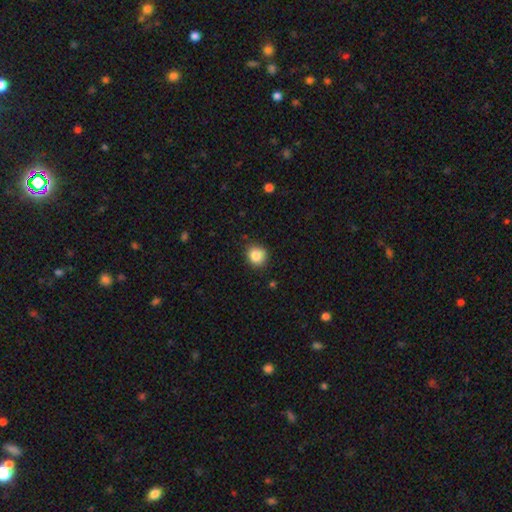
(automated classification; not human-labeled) Q: Smooth or featured?
A: smooth (86%); runner-up: star or artifact (10%)
Q: How rounded?
A: round (84%); runner-up: in between (15%)
Q: Merging?
A: none (85%); runner-up: minor disturbance (11%)